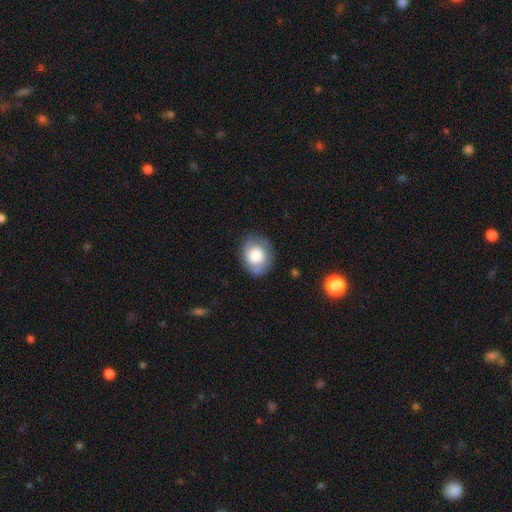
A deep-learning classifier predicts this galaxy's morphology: Smooth or featured?
  - smooth: 64% *
  - featured or disk: 28%
  - star or artifact: 8%
How rounded?
  - round: 57% *
  - in between: 42%
  - cigar-shaped: 1%
Merging?
  - none: 73% *
  - minor disturbance: 19%
  - major disturbance: 6%
  - merger: 2%